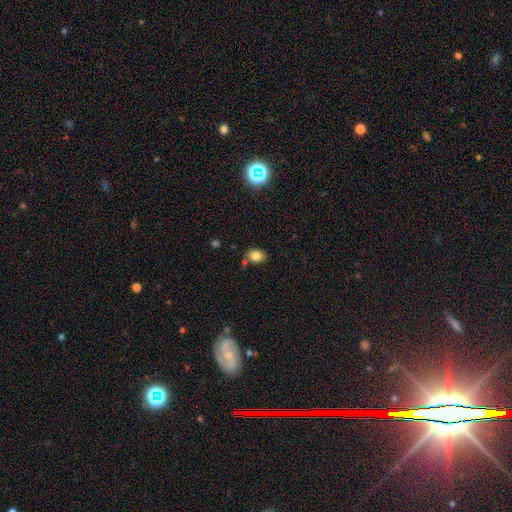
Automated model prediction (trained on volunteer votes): A smooth galaxy with no disk features (82%) that is in between round and cigar-shaped (65%).

Vote fractions:
- Smooth or featured? smooth: 82% / star or artifact: 11% / featured or disk: 8%
- How rounded? in between: 65% / round: 34% / cigar-shaped: 1%
- Merging? none: 72% / minor disturbance: 15% / merger: 9% / major disturbance: 4%